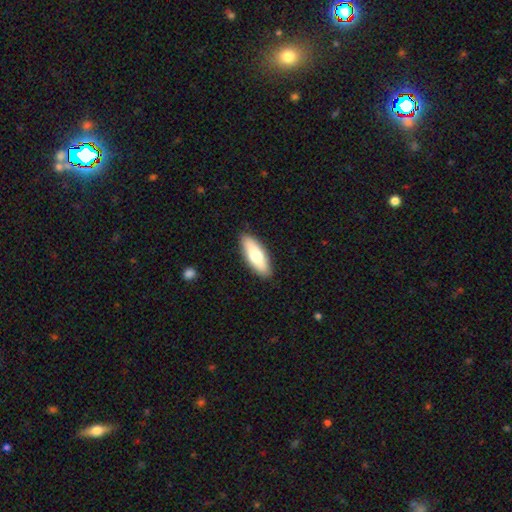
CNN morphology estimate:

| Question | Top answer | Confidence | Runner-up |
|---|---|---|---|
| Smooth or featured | smooth | 70% | featured or disk (25%) |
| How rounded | in between | 64% | cigar-shaped (33%) |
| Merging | none | 89% | minor disturbance (8%) |